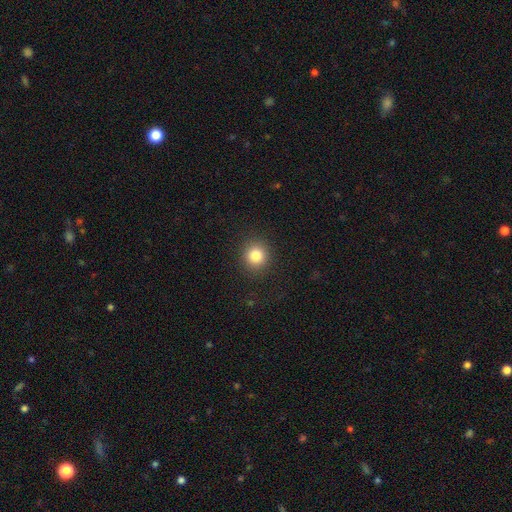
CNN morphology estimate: smooth-or-featured: smooth: 83% | star or artifact: 11% | featured or disk: 6%
  how-rounded: round: 89% | in between: 10% | cigar-shaped: 1%
  merging: none: 91% | minor disturbance: 6% | major disturbance: 2% | merger: 1%